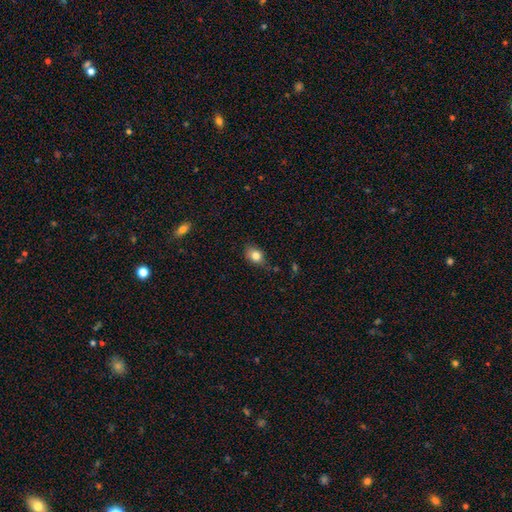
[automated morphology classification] smooth-or-featured: smooth: 82% | star or artifact: 10% | featured or disk: 8%
  how-rounded: in between: 63% | round: 35% | cigar-shaped: 2%
  merging: none: 68% | minor disturbance: 25% | major disturbance: 5% | merger: 2%